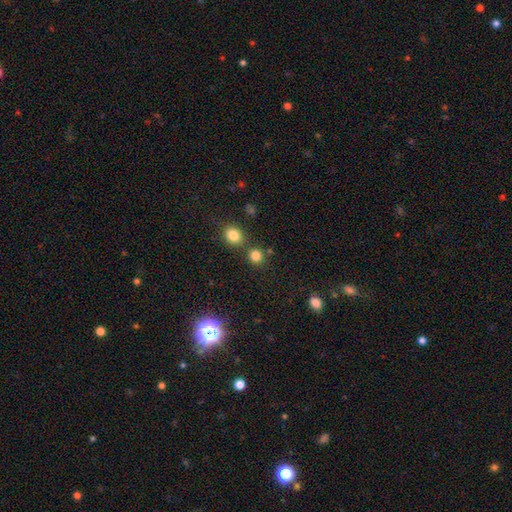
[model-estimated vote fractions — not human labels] Smooth or featured: smooth — 81% (star or artifact — 14%)
How rounded: round — 88% (in between — 11%)
Merging: none — 74% (merger — 15%)